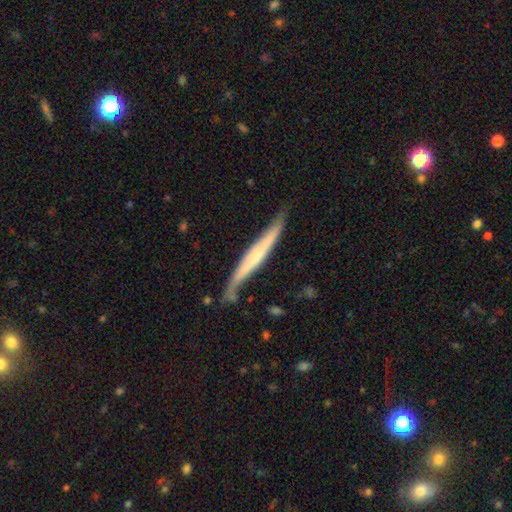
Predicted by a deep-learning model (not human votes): Smooth or featured? Predicted: featured or disk (p=0.60). Edge-on disk? Predicted: yes (p=0.88). Edge-on bulge? Predicted: none (p=0.46). Merging? Predicted: none (p=0.66).